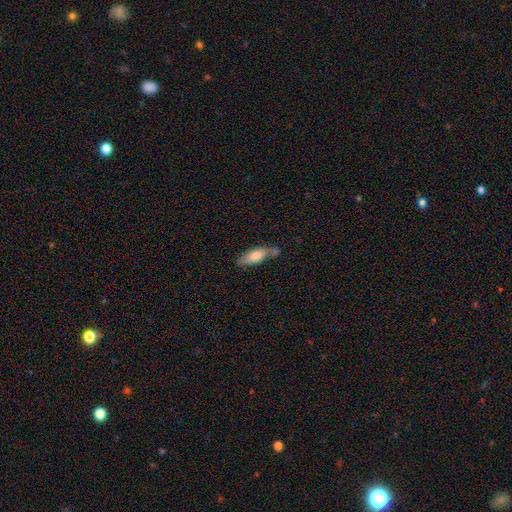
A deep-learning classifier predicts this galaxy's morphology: Smooth or featured? Predicted: smooth (p=0.72). How rounded? Predicted: in between (p=0.59). Merging? Predicted: none (p=0.57).